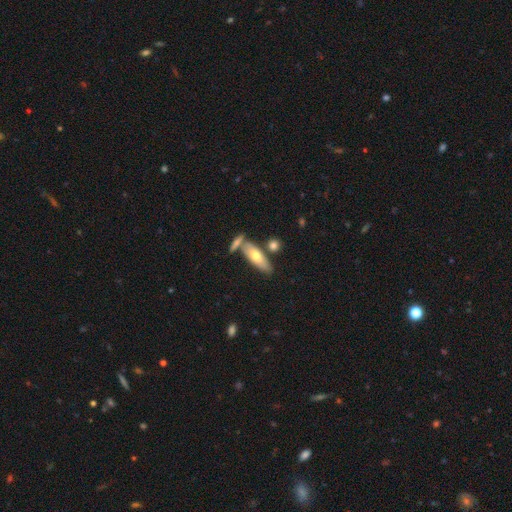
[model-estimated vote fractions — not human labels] Smooth or featured? smooth (61%)
How rounded? in between (59%)
Merging? none (64%)